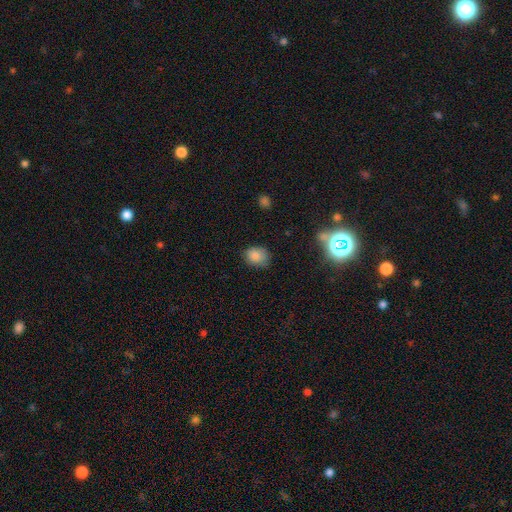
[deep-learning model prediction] Smooth or featured? smooth (83%)
How rounded? round (53%)
Merging? none (68%)